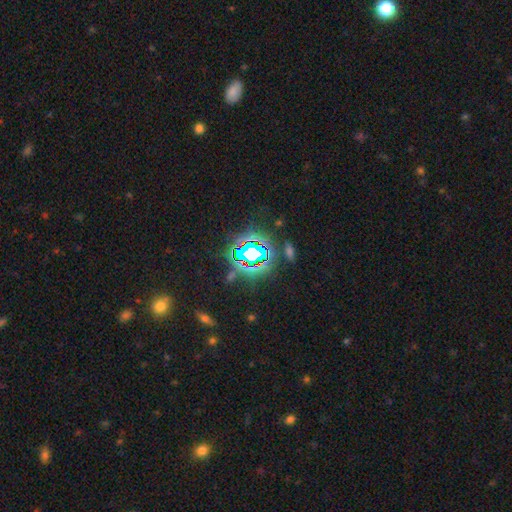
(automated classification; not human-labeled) smooth_or_featured: star or artifact (p=0.79) [alt: smooth p=0.12]